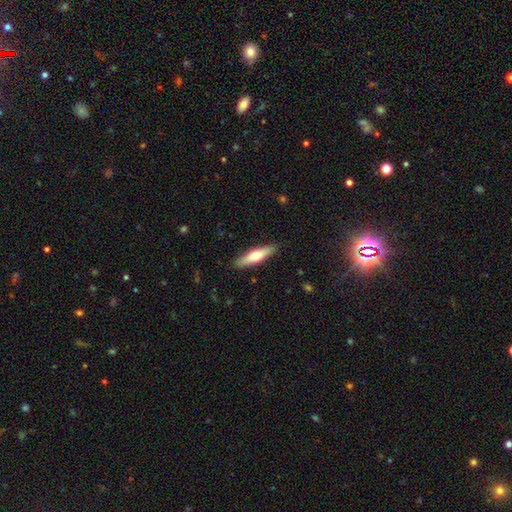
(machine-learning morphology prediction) Smooth or featured? Predicted: smooth (p=0.50). How rounded? Predicted: cigar-shaped (p=0.74). Merging? Predicted: none (p=0.89).